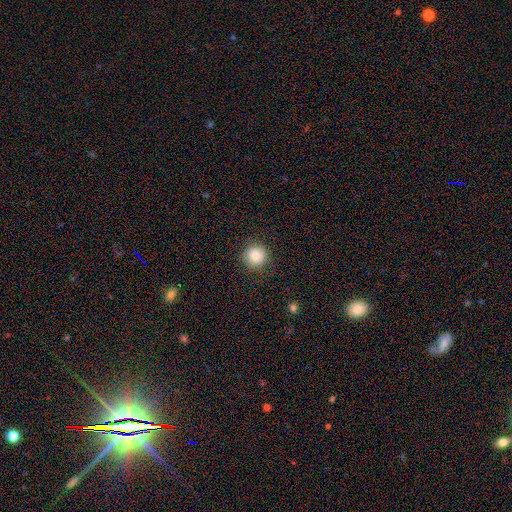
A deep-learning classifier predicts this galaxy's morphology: Smooth or featured? smooth (80%)
How rounded? round (94%)
Merging? none (84%)